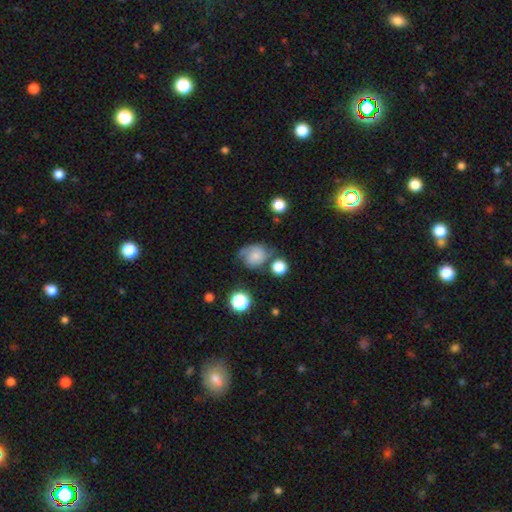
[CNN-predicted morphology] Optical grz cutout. It shows a smooth galaxy with no disk features (58%) that is round (68%). Merging: none (49%).